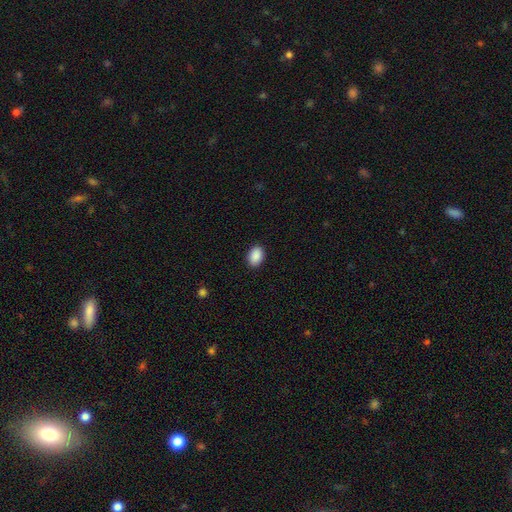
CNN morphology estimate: Smooth or featured?
  - smooth: 90% *
  - star or artifact: 7%
  - featured or disk: 3%
How rounded?
  - in between: 82% *
  - round: 17%
  - cigar-shaped: 1%
Merging?
  - none: 90% *
  - minor disturbance: 7%
  - major disturbance: 2%
  - merger: 1%